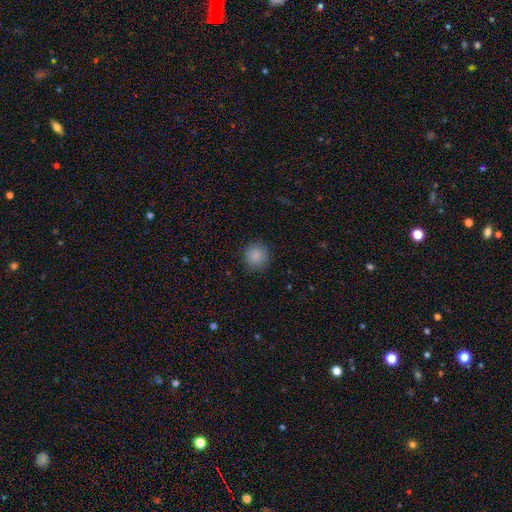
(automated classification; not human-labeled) Smooth or featured: smooth — 86% (star or artifact — 9%)
How rounded: round — 92% (in between — 7%)
Merging: none — 88% (minor disturbance — 8%)